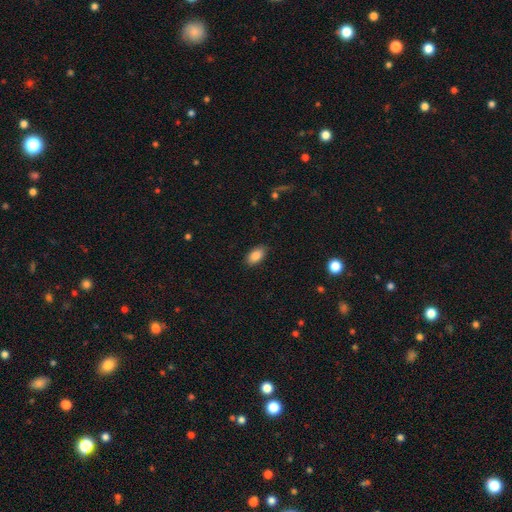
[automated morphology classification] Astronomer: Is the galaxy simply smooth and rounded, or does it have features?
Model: smooth — 87%.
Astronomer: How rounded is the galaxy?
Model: in between — 93%.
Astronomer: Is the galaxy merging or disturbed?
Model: none — 87%.